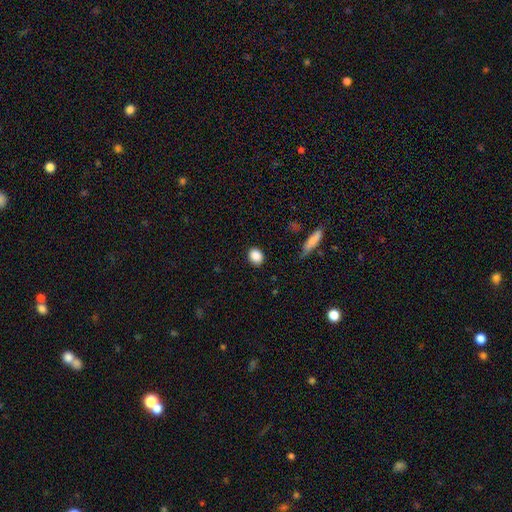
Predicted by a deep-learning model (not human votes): Q: Smooth or featured?
A: smooth (87%); runner-up: star or artifact (9%)
Q: How rounded?
A: round (55%); runner-up: in between (43%)
Q: Merging?
A: none (87%); runner-up: minor disturbance (10%)